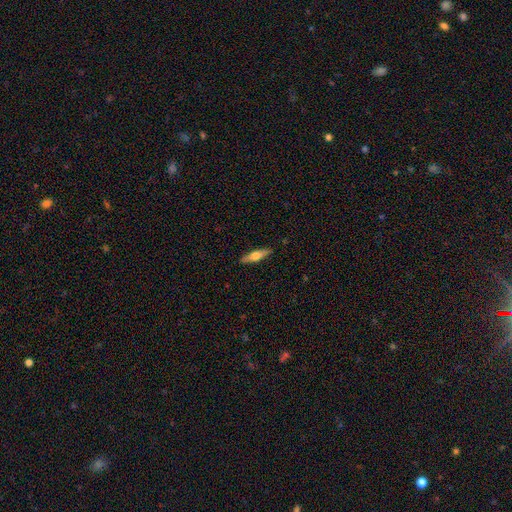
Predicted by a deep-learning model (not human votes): smooth_or_featured: featured or disk (p=0.54) [alt: smooth p=0.41]
disk_edge_on: yes (p=0.94) [alt: no p=0.06]
edge_on_bulge: rounded (p=0.93) [alt: boxy p=0.04]
merging: none (p=0.90) [alt: minor disturbance p=0.08]